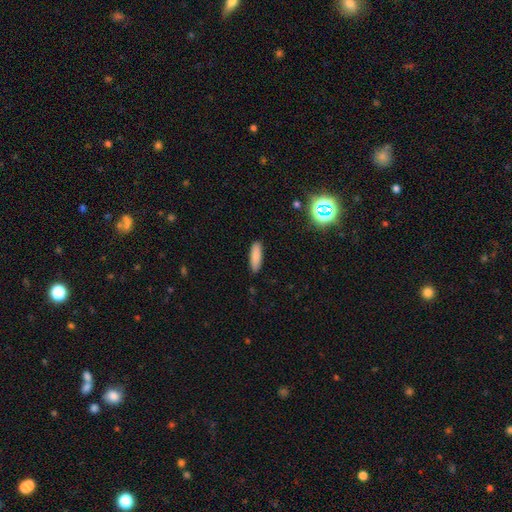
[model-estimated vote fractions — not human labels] Morphology: type=smooth (82%); roundness=cigar-shaped (58%); merging=none (88%).